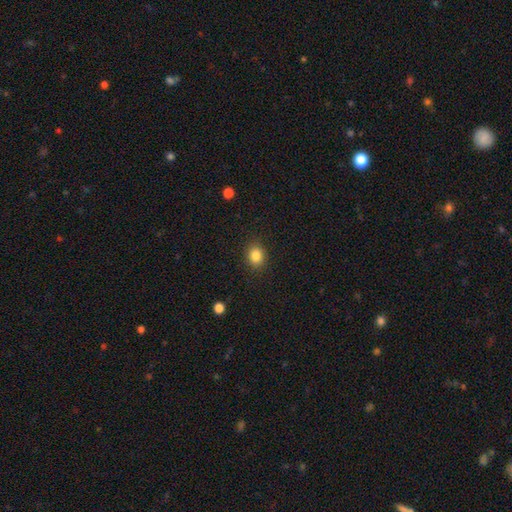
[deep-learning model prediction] This appears to be a smooth galaxy with no disk features (85%) that is round (58%). Merging: none (89%).